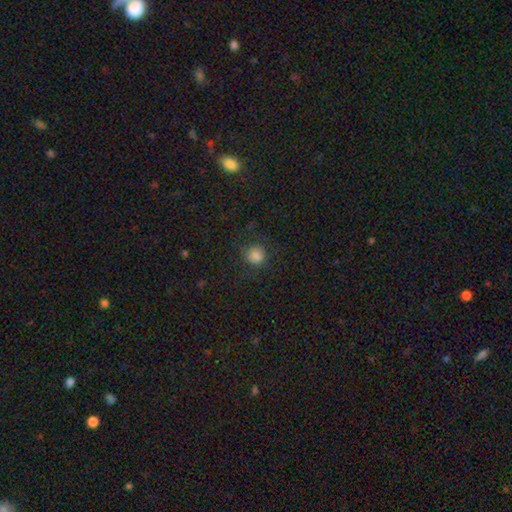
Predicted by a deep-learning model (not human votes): Smooth or featured? smooth (81%)
How rounded? round (89%)
Merging? none (80%)